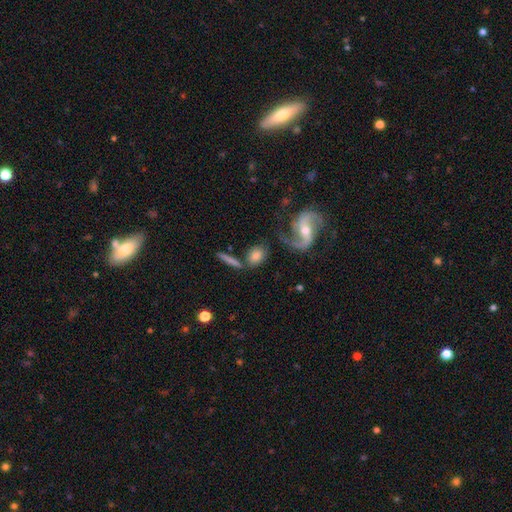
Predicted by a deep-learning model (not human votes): smooth 62%, featured or disk 30%, star or artifact 8%. Down the decision tree: how rounded — in between (56%); merging — none (64%).